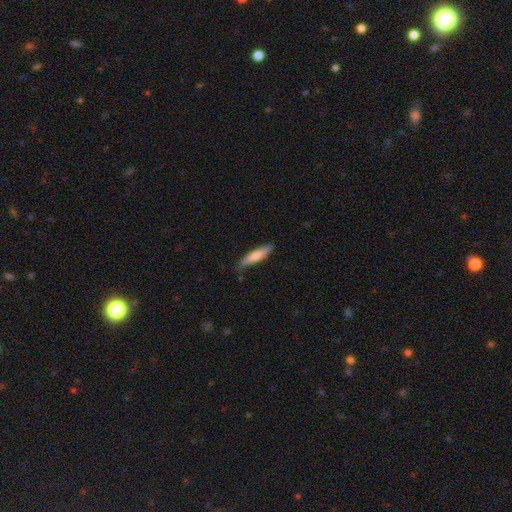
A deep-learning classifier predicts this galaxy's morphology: Smooth or featured? smooth (71%)
How rounded? cigar-shaped (83%)
Merging? none (81%)